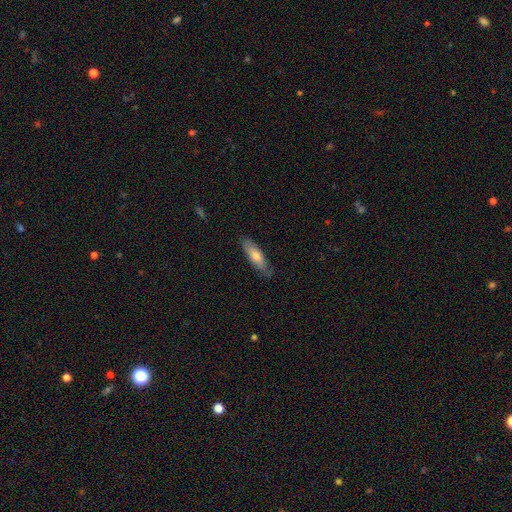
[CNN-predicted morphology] smooth 67%, featured or disk 27%, star or artifact 6%. Down the decision tree: how rounded — cigar-shaped (57%); merging — none (80%).